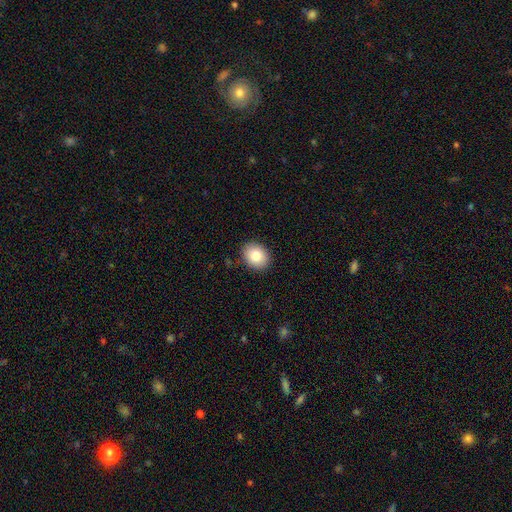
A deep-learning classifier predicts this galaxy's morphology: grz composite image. It shows a smooth galaxy with no disk features (82%) that is in between round and cigar-shaped (51%). Merging: none (89%).